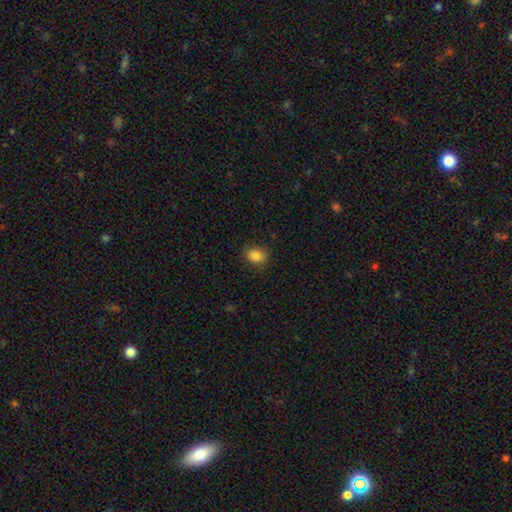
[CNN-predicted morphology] Overall: smooth (86%). How rounded: in between (71%). Merging: none (85%).